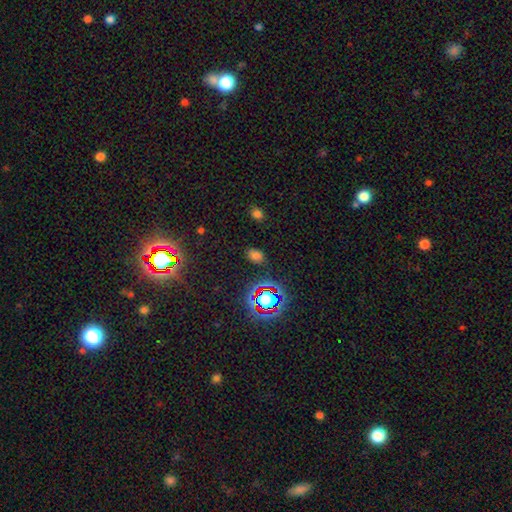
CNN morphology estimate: The model was most divided on "smooth or featured": smooth: 64%, star or artifact: 29%, featured or disk: 7%. More confident: merging — none (83%); how rounded — in between (77%).